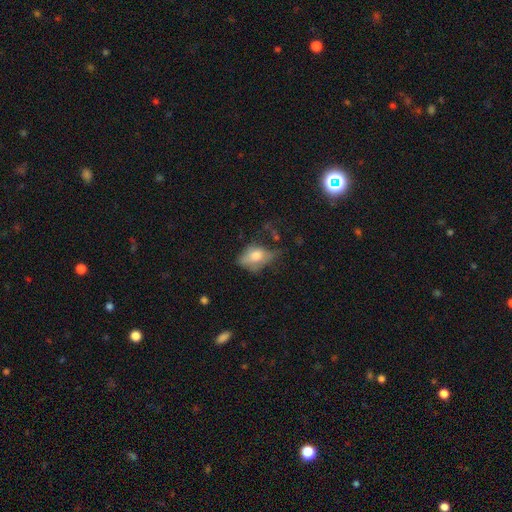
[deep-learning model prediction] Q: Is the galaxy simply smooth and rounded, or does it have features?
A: smooth — 64%.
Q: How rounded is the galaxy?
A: in between — 79%.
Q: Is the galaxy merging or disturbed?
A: none — 33%, tied with minor disturbance.